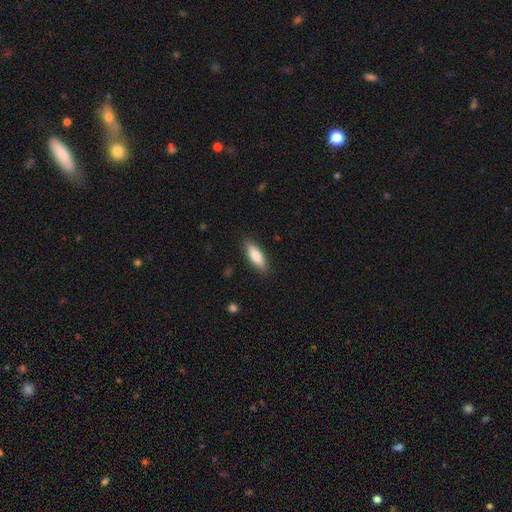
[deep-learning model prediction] smooth_or_featured: smooth (p=0.80) [alt: featured or disk p=0.15]
how_rounded: in between (p=0.56) [alt: cigar-shaped p=0.42]
merging: none (p=0.87) [alt: minor disturbance p=0.10]